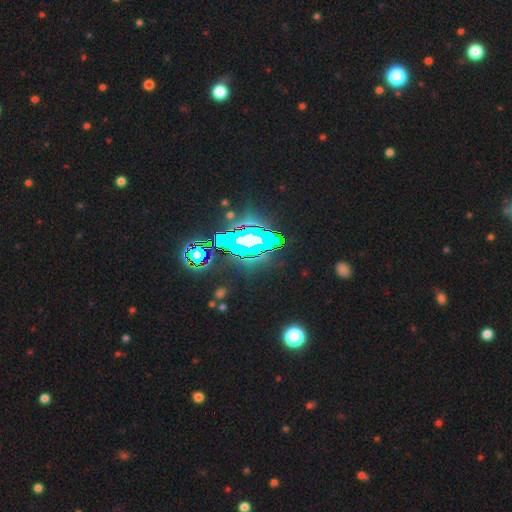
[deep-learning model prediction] Smooth or featured? Predicted: star or artifact (p=0.82).